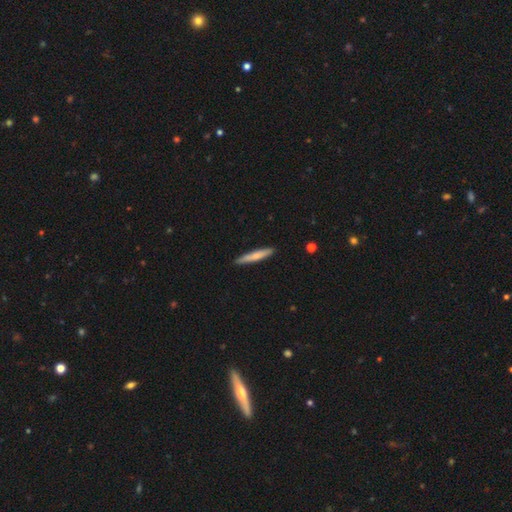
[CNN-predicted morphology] This is likely a smooth galaxy (68%). How rounded: clearly cigar-shaped (94%). Merging: clearly none (89%).